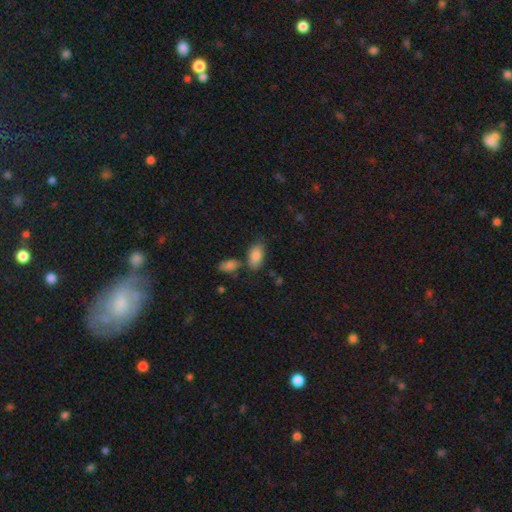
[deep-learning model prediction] smooth-or-featured: smooth: 84% | featured or disk: 8% | star or artifact: 8%
  how-rounded: in between: 92% | round: 5% | cigar-shaped: 3%
  merging: none: 66% | minor disturbance: 16% | merger: 13% | major disturbance: 4%